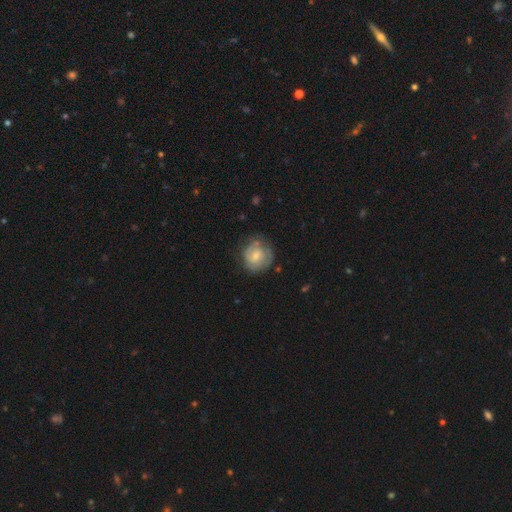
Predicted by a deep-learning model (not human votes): featured or disk 48%, smooth 45%, star or artifact 7%. Down the decision tree: merging — none (65%).